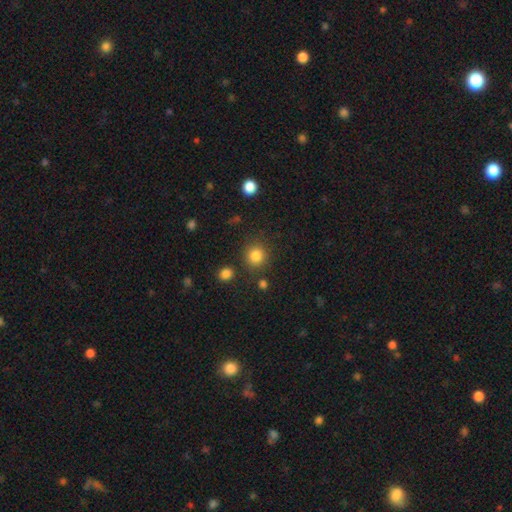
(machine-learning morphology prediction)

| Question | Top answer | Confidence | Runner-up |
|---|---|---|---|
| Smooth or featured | smooth | 83% | star or artifact (12%) |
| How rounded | round | 91% | in between (8%) |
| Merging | none | 84% | minor disturbance (8%) |